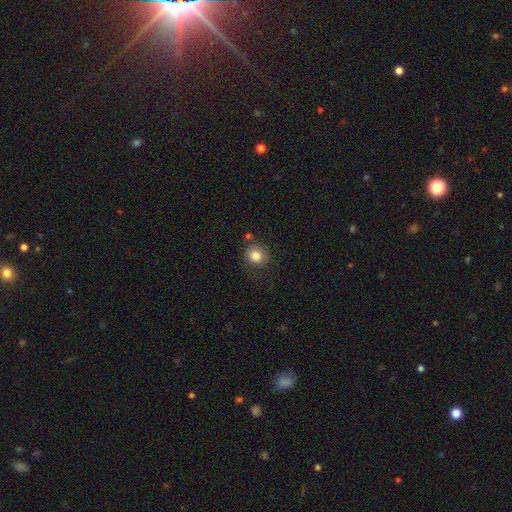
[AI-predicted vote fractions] Morphology: type=smooth (84%); roundness=round (85%); merging=none (77%).